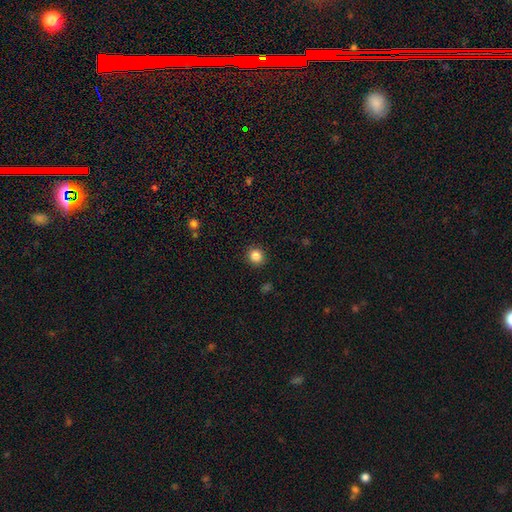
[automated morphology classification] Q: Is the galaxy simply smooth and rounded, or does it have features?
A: smooth — 86%.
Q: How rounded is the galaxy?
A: round — 85%.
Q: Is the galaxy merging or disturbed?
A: none — 90%.